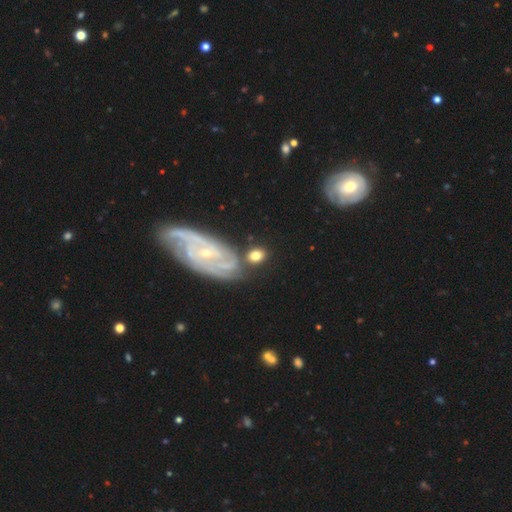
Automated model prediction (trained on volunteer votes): Smooth or featured? Predicted: smooth (p=0.65). How rounded? Predicted: in between (p=0.54). Merging? Predicted: none (p=0.67).